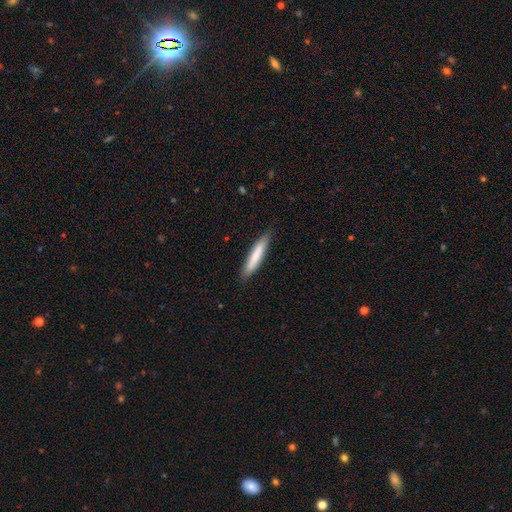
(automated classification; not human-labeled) smooth 75%, featured or disk 20%, star or artifact 5%. Down the decision tree: how rounded — cigar-shaped (91%); merging — none (88%).